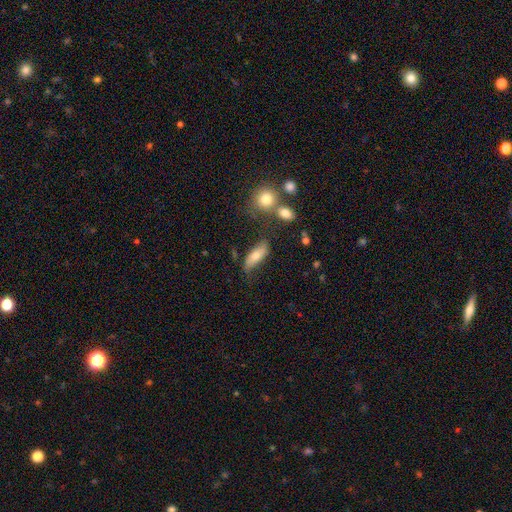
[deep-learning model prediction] Smooth or featured? smooth (66%)
How rounded? in between (63%)
Merging? none (61%)